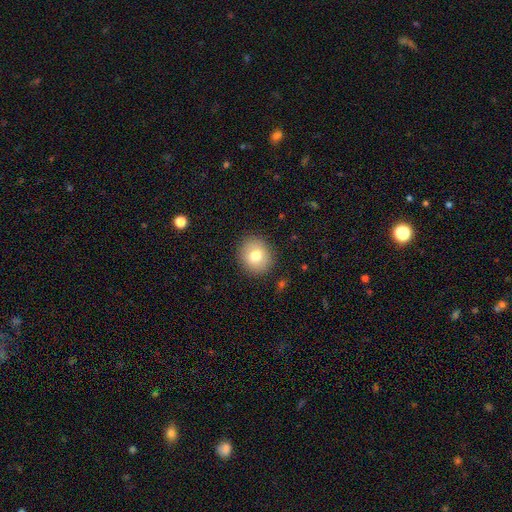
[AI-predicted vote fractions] Q: Smooth or featured?
A: smooth (76%); runner-up: featured or disk (15%)
Q: How rounded?
A: round (76%); runner-up: in between (24%)
Q: Merging?
A: none (88%); runner-up: minor disturbance (8%)